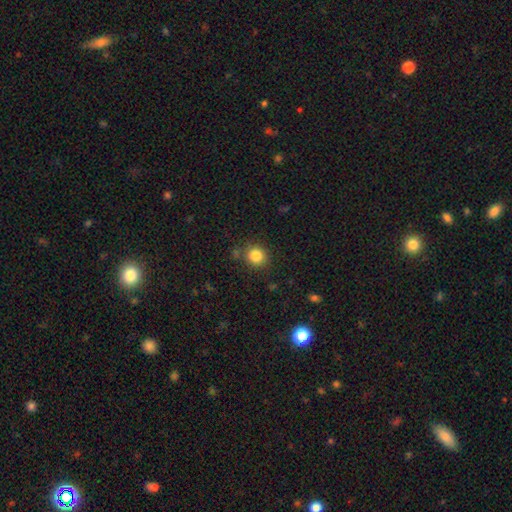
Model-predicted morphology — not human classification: Q: Smooth or featured?
A: smooth (84%); runner-up: star or artifact (11%)
Q: How rounded?
A: round (86%); runner-up: in between (13%)
Q: Merging?
A: none (82%); runner-up: minor disturbance (10%)